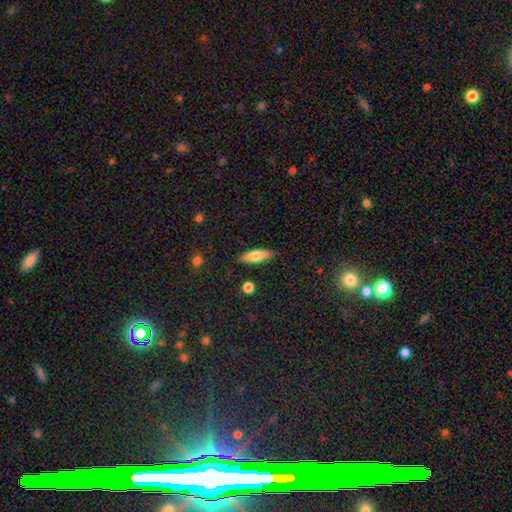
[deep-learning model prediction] The model was most divided on "how rounded": in between: 50%, cigar-shaped: 48%, round: 3%. More confident: merging — none (84%); smooth or featured — smooth (67%).